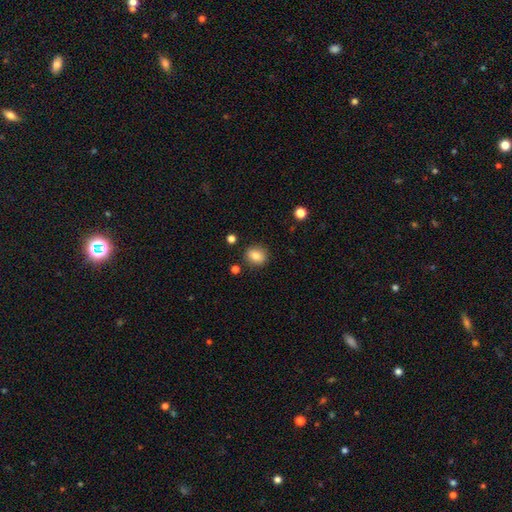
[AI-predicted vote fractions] Smooth or featured? smooth (83%)
How rounded? round (64%)
Merging? none (86%)